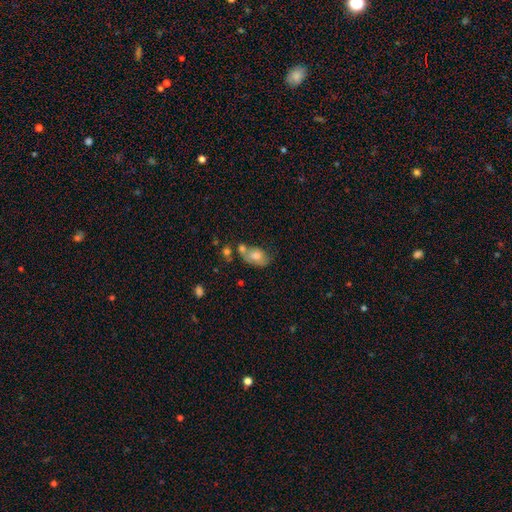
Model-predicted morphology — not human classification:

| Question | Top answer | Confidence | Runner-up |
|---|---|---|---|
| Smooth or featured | smooth | 67% | featured or disk (25%) |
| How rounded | in between | 84% | round (14%) |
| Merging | none | 37% | merger (30%) |